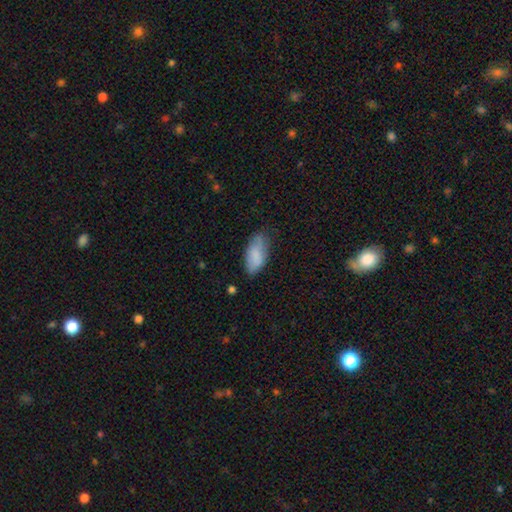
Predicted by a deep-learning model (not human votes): The model was most divided on "merging": none: 65%, minor disturbance: 27%, major disturbance: 6%, merger: 2%. More confident: how rounded — in between (90%); smooth or featured — smooth (82%).